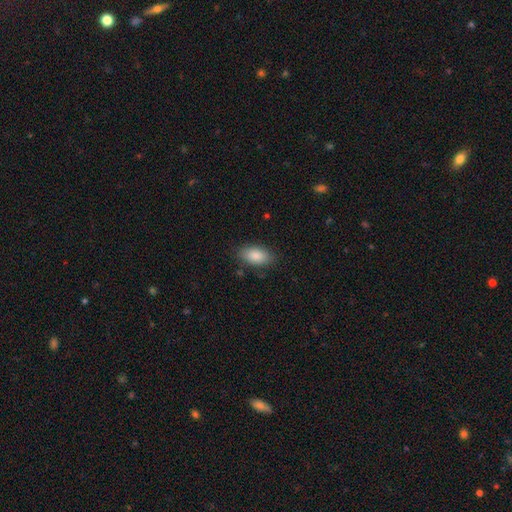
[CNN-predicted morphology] type=smooth (87%); roundness=in between (92%); merging=none (84%).